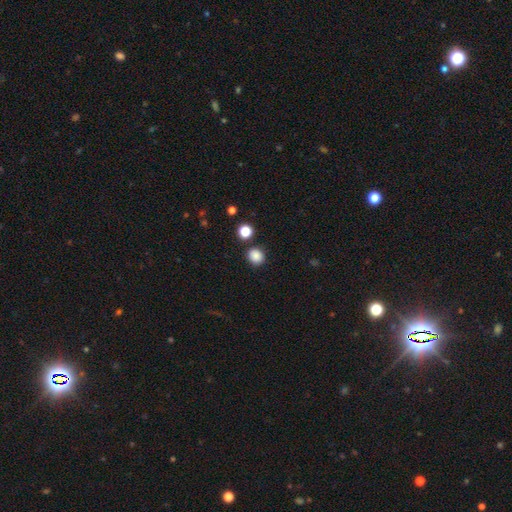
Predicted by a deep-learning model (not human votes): This is clearly a smooth galaxy (85%). How rounded: clearly round (81%). Merging: clearly none (85%).